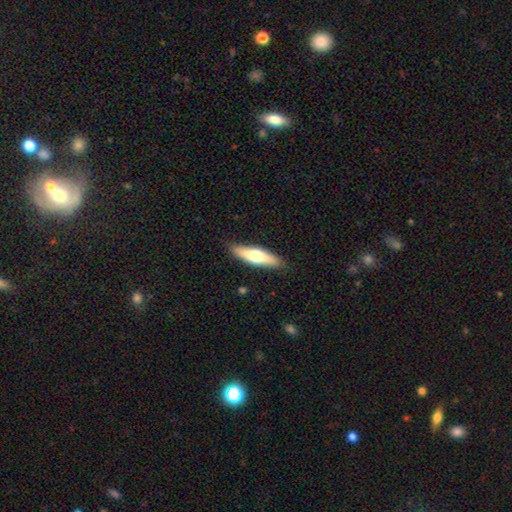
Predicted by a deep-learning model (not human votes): The model was most divided on "smooth or featured": smooth: 57%, featured or disk: 38%, star or artifact: 5%. More confident: merging — none (88%); how rounded — cigar-shaped (63%).